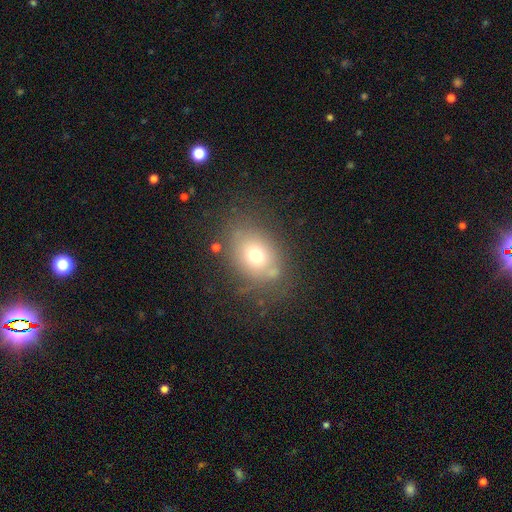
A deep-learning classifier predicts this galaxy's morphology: smooth 68%, featured or disk 18%, star or artifact 15%. Down the decision tree: how rounded — in between (54%); merging — none (70%).